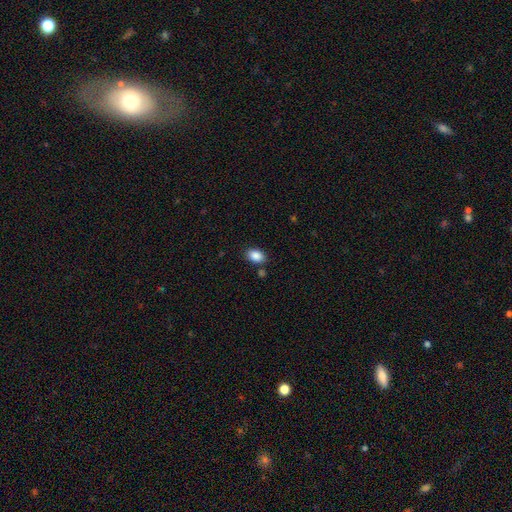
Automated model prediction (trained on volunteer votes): Q: Smooth or featured?
A: smooth (88%); runner-up: star or artifact (8%)
Q: How rounded?
A: in between (83%); runner-up: round (16%)
Q: Merging?
A: none (82%); runner-up: minor disturbance (11%)